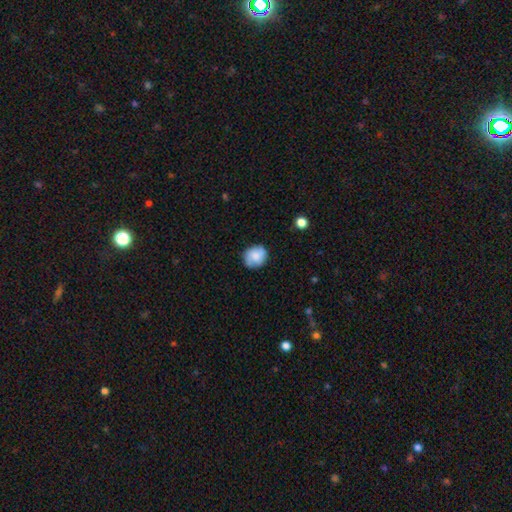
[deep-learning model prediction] smooth 74%, featured or disk 18%, star or artifact 8%. Down the decision tree: how rounded — round (75%); merging — none (76%).